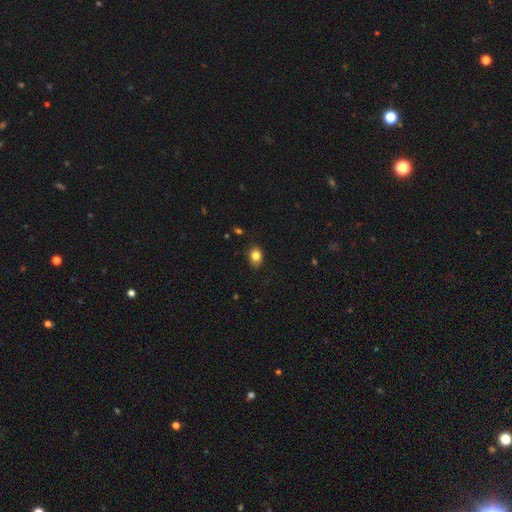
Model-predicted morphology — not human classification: A smooth galaxy with no disk features (83%) that is in between round and cigar-shaped (56%). Merging: none (80%).